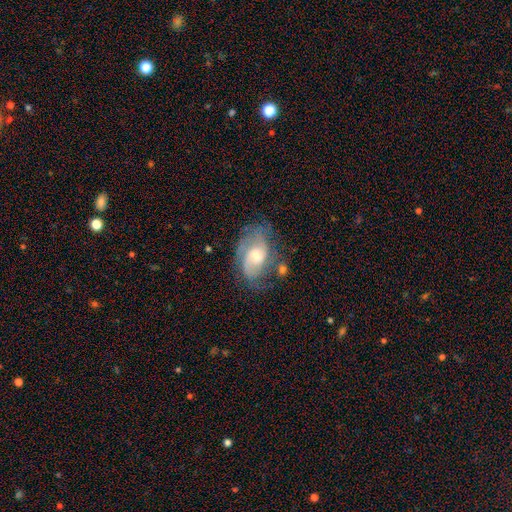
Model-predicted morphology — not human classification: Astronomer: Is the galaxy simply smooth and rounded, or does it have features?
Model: featured or disk — 74%.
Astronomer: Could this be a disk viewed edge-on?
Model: no — 96%.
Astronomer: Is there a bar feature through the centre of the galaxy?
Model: no — 59% (runner-up: weak, 35%).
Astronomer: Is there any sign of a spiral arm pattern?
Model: yes — 89%.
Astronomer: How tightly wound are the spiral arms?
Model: medium — 44% (runner-up: tight, 34%).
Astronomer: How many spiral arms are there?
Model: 2 — 56%.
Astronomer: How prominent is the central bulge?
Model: moderate — 61%.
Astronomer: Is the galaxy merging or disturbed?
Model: none — 58%.